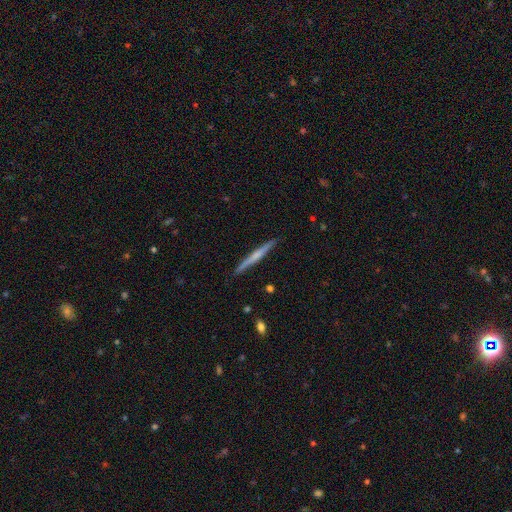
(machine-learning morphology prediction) This appears to be a featured or disk galaxy (56%) viewed edge-on (98%) with no central bulge (48%). Merging: none (90%).